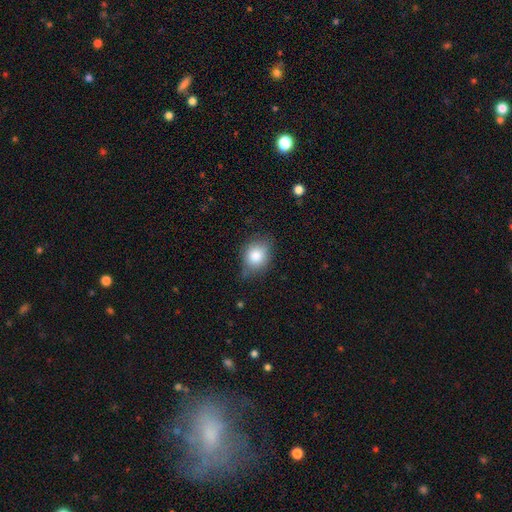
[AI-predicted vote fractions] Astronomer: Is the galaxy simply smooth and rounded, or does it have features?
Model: smooth — 82%.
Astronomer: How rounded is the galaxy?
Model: in between — 57% (runner-up: round, 42%).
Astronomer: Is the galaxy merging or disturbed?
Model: none — 66%.